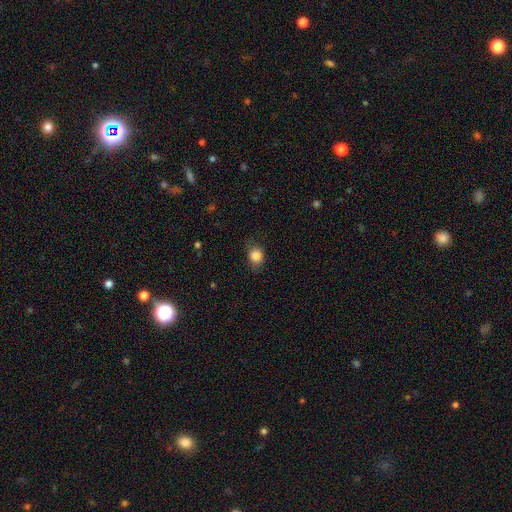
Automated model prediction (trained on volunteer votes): smooth 86%, star or artifact 9%, featured or disk 5%. Down the decision tree: how rounded — round (60%); merging — none (72%).